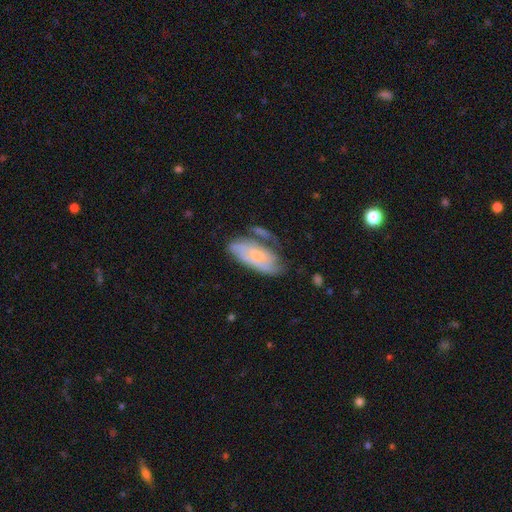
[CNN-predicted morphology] The model was most divided on "merging": none: 42%, minor disturbance: 27%, merger: 16%, major disturbance: 15%. More confident: edge-on disk — no (90%); spiral arms — yes (73%); bar — no (69%); bulge size — small (57%); smooth or featured — featured or disk (56%).